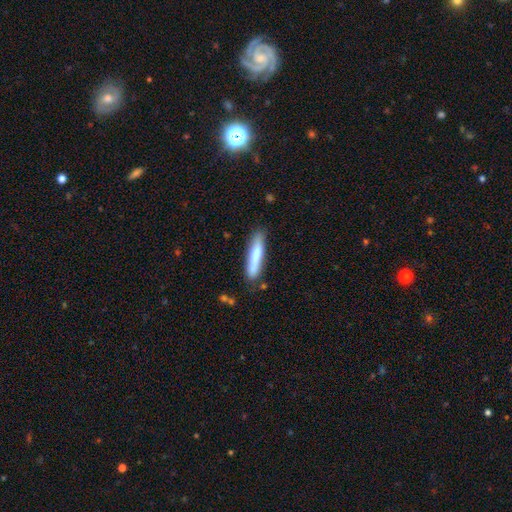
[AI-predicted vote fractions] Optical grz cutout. It shows a smooth galaxy with no disk features (68%) that is cigar-shaped (84%). Merging: none (76%).